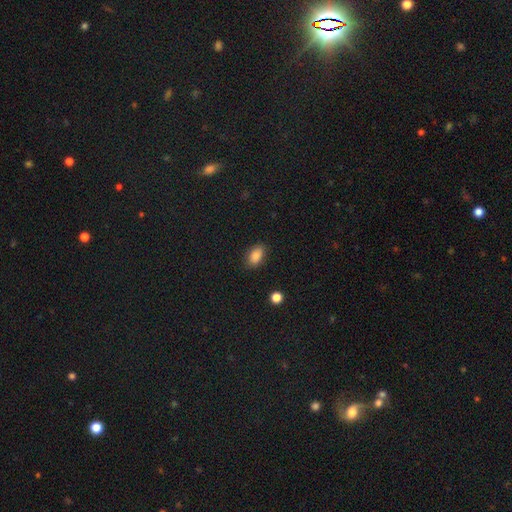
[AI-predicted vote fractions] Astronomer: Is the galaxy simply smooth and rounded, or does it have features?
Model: smooth — 86%.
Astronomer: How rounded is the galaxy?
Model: in between — 90%.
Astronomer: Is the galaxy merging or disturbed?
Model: none — 85%.